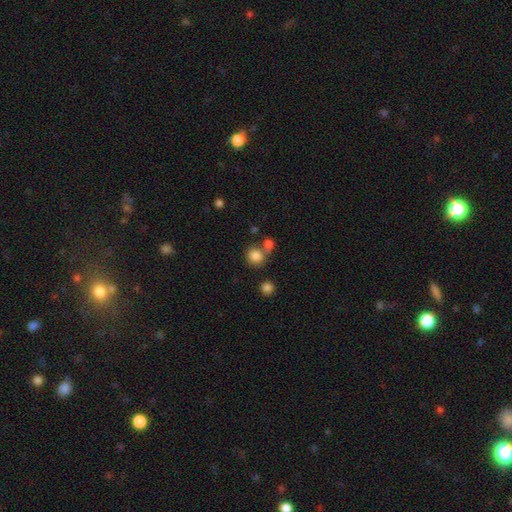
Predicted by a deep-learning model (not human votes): Morphology: type=smooth (82%); roundness=round (84%); merging=none (60%).